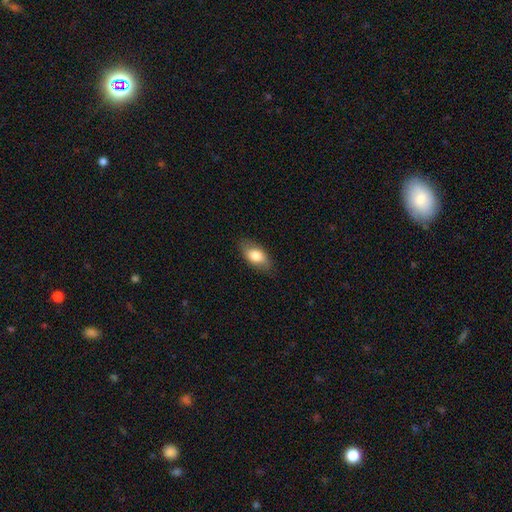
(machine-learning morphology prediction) Q: Smooth or featured?
A: smooth (77%); runner-up: featured or disk (17%)
Q: How rounded?
A: in between (89%); runner-up: cigar-shaped (6%)
Q: Merging?
A: none (83%); runner-up: minor disturbance (13%)